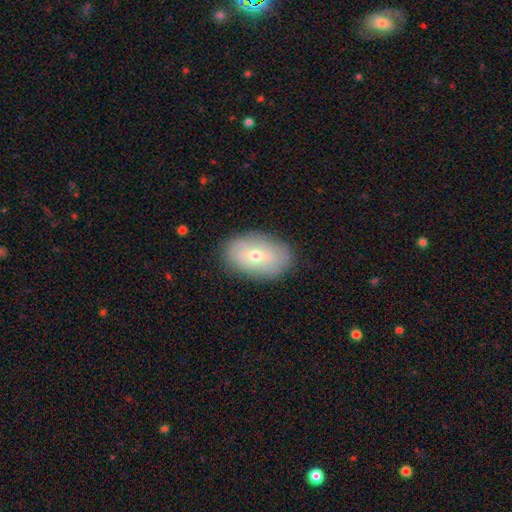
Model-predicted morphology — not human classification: smooth 56%, featured or disk 35%, star or artifact 8%. Down the decision tree: how rounded — in between (89%); merging — none (84%).